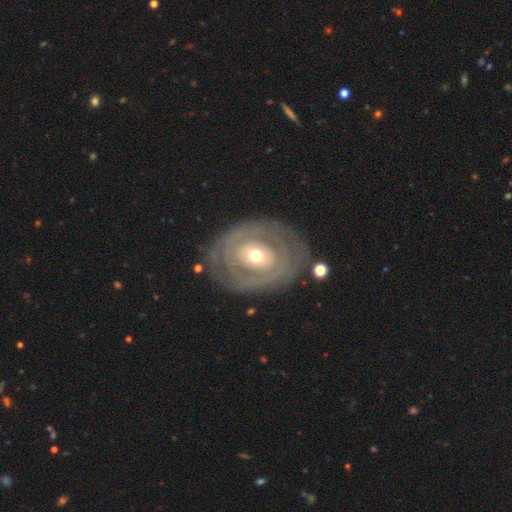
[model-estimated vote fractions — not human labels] featured or disk 70%, smooth 25%, star or artifact 5%. Down the decision tree: edge-on disk — no (95%); bar — no (76%); spiral arms — no (59%); bulge size — moderate (63%); merging — none (75%).